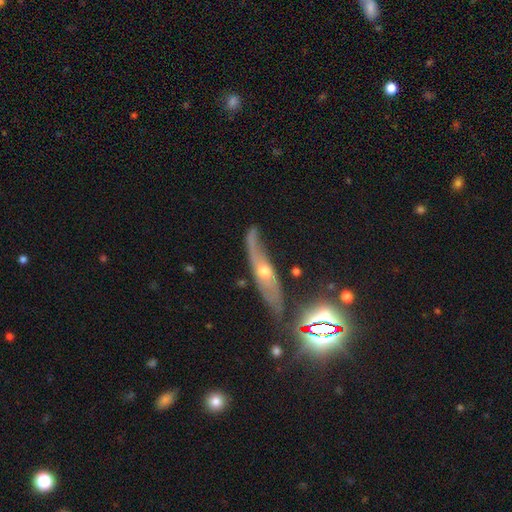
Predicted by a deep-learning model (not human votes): featured or disk 63%, star or artifact 19%, smooth 18%. Down the decision tree: edge-on disk — yes (55%); merging — none (61%).